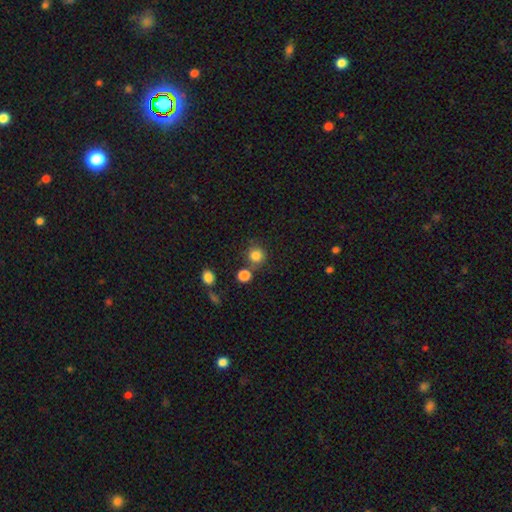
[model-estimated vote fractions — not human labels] A smooth galaxy with no disk features (83%) that is round (90%).

Vote fractions:
- Smooth or featured? smooth: 83% / star or artifact: 12% / featured or disk: 5%
- How rounded? round: 90% / in between: 9% / cigar-shaped: 1%
- Merging? none: 71% / merger: 16% / minor disturbance: 10% / major disturbance: 4%